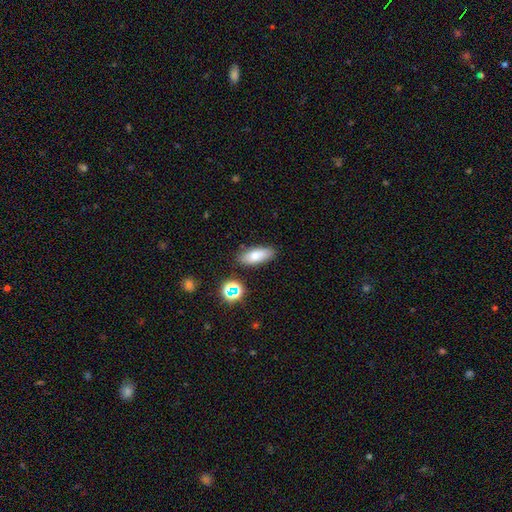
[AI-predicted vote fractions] A smooth galaxy with no disk features (77%) that is in between round and cigar-shaped (75%). Merging: none (83%).